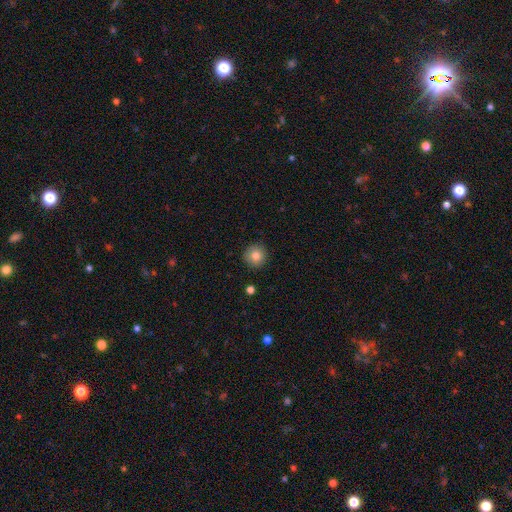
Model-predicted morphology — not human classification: Overall: smooth (82%). How rounded: round (94%). Merging: none (90%).